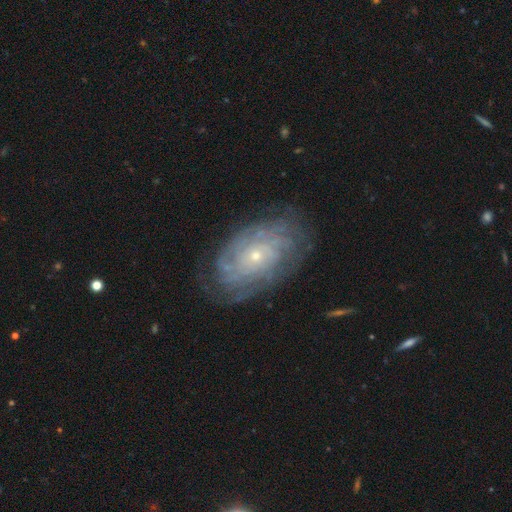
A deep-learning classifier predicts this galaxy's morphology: smooth_or_featured: featured or disk (p=0.82) [alt: smooth p=0.12]
disk_edge_on: no (p=0.95) [alt: yes p=0.05]
bar: no (p=0.82) [alt: weak p=0.15]
has_spiral_arms: yes (p=0.92) [alt: no p=0.08]
spiral_winding: tight (p=0.75) [alt: medium p=0.19]
spiral_arm_count: can't tell (p=0.45) [alt: more than 4 p=0.16]
bulge_size: small (p=0.78) [alt: moderate p=0.19]
merging: none (p=0.77) [alt: minor disturbance p=0.16]